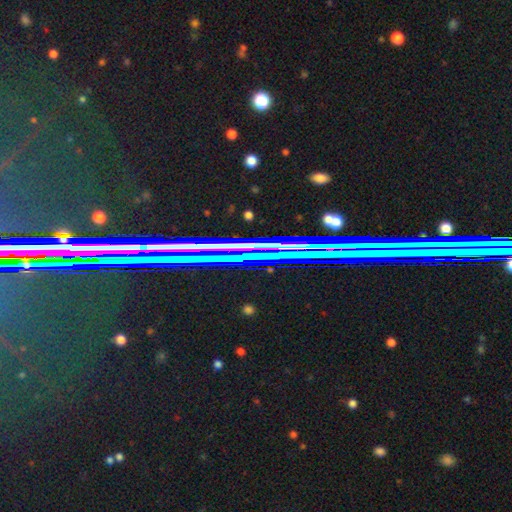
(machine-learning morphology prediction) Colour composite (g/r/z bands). It shows a star or artifact, not a galaxy (70%).